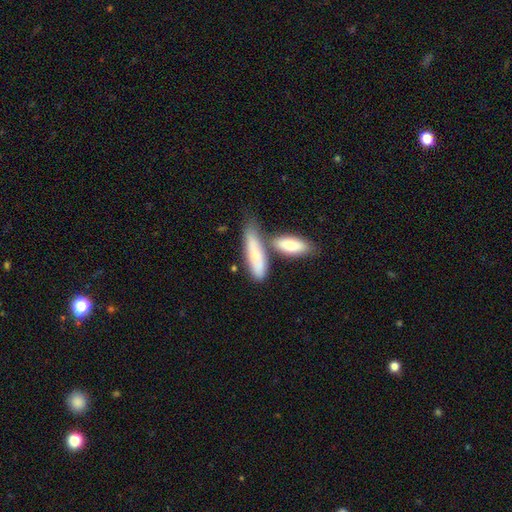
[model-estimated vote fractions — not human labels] The model was most divided on "merging": none: 44%, merger: 33%, minor disturbance: 17%, major disturbance: 6%. More confident: smooth or featured — smooth (69%); how rounded — cigar-shaped (56%).